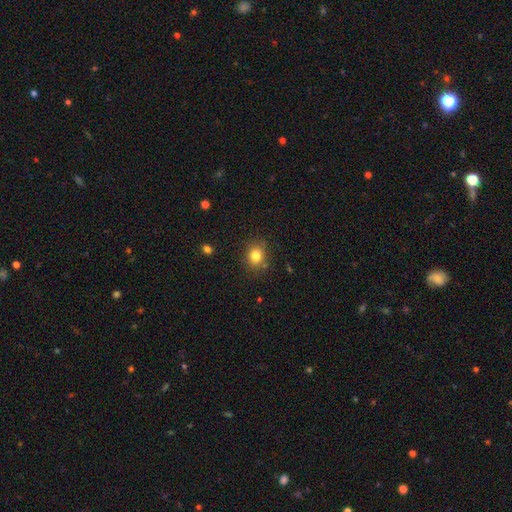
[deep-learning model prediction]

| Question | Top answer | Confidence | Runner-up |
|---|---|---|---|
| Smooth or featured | smooth | 81% | star or artifact (12%) |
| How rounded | round | 66% | in between (33%) |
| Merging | none | 81% | minor disturbance (12%) |